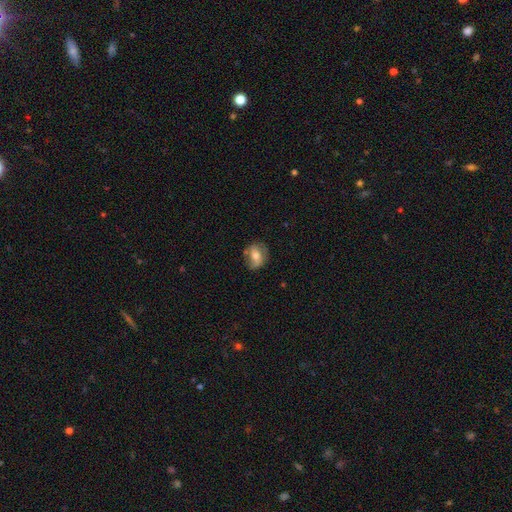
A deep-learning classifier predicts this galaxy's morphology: Smooth or featured: smooth — 50% (featured or disk — 42%)
Merging: none — 67% (minor disturbance — 22%)